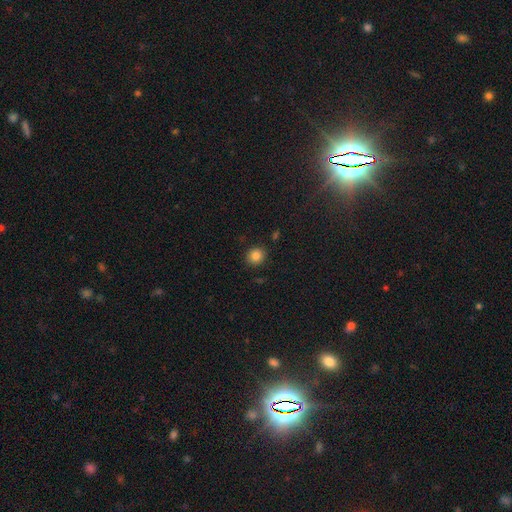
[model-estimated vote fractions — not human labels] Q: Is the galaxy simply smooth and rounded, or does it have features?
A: smooth — 84%.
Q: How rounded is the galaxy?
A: round — 81%.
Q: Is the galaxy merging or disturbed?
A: none — 88%.